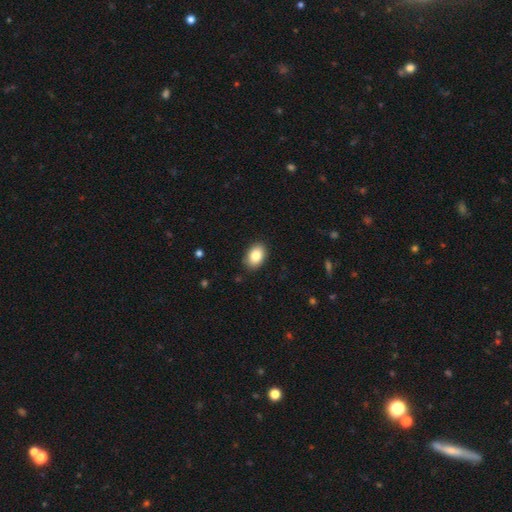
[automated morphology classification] Smooth or featured?
  - smooth: 85% *
  - featured or disk: 8%
  - star or artifact: 7%
How rounded?
  - in between: 86% *
  - round: 13%
  - cigar-shaped: 1%
Merging?
  - none: 88% *
  - minor disturbance: 9%
  - major disturbance: 2%
  - merger: 1%